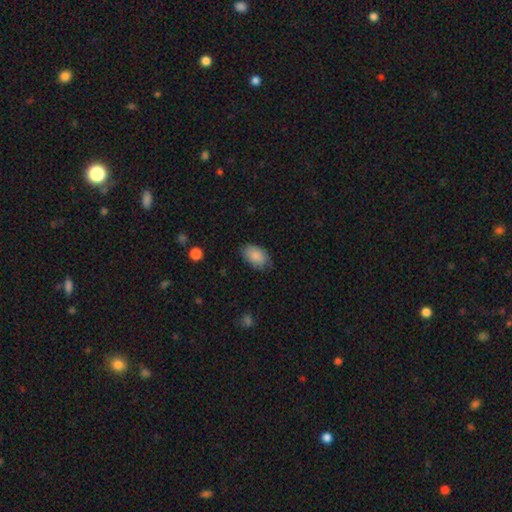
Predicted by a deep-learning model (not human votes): smooth 86%, featured or disk 8%, star or artifact 7%. Down the decision tree: how rounded — in between (91%); merging — none (74%).